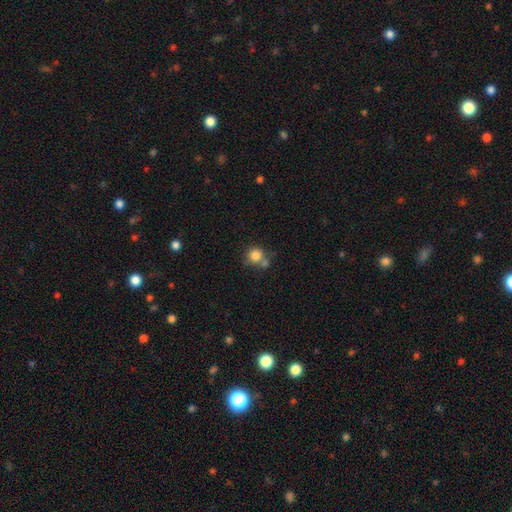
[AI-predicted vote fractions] smooth 81%, star or artifact 11%, featured or disk 8%. Down the decision tree: how rounded — round (89%); merging — none (54%).